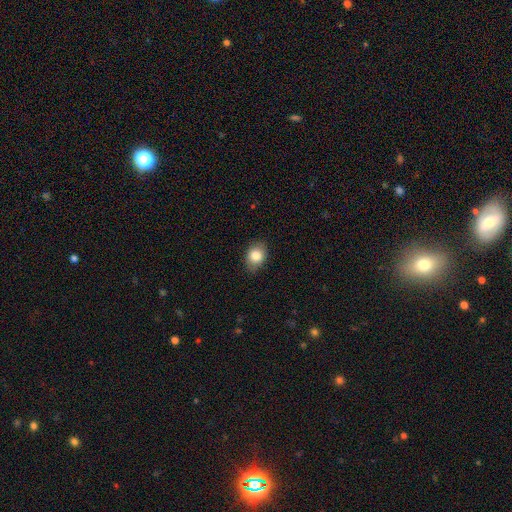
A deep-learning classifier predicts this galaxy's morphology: Smooth or featured? smooth (83%)
How rounded? in between (61%)
Merging? none (81%)